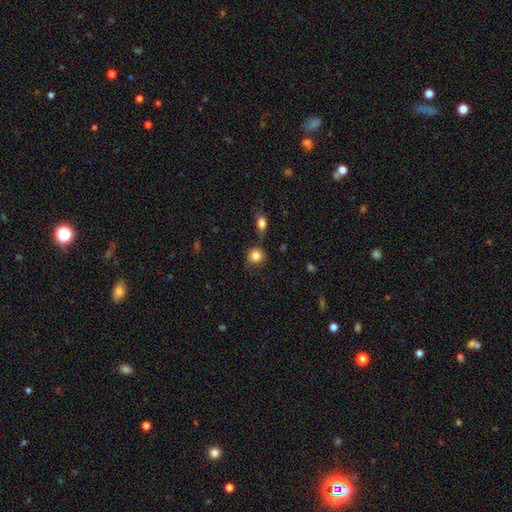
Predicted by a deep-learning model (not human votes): Smooth or featured?
  - smooth: 83% *
  - star or artifact: 10%
  - featured or disk: 7%
How rounded?
  - round: 88% *
  - in between: 11%
  - cigar-shaped: 1%
Merging?
  - none: 75% *
  - minor disturbance: 14%
  - merger: 8%
  - major disturbance: 4%